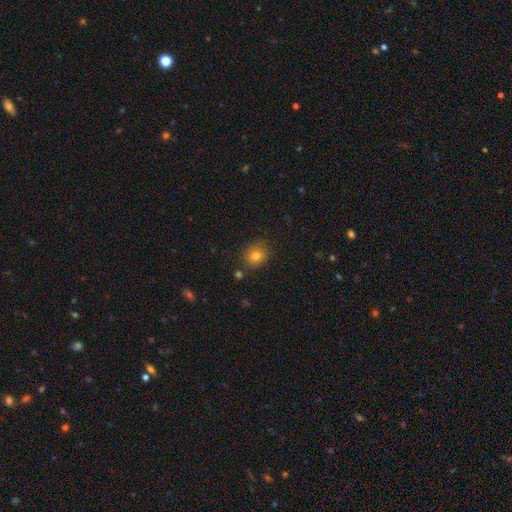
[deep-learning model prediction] Smooth or featured?
  - smooth: 79% *
  - star or artifact: 12%
  - featured or disk: 9%
How rounded?
  - round: 69% *
  - in between: 30%
  - cigar-shaped: 1%
Merging?
  - none: 82% *
  - minor disturbance: 12%
  - merger: 3%
  - major disturbance: 3%